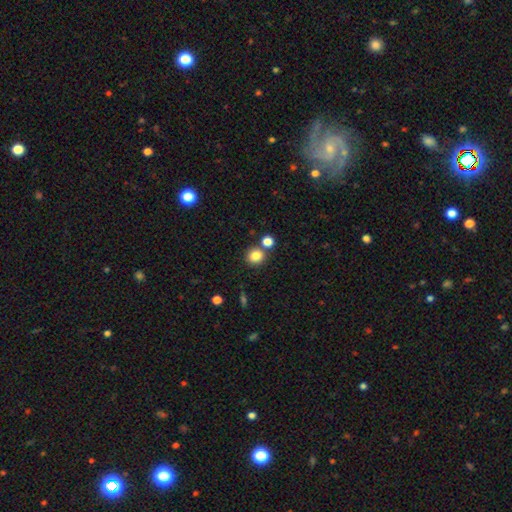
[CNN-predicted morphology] Q: Smooth or featured?
A: smooth (83%); runner-up: star or artifact (12%)
Q: How rounded?
A: round (87%); runner-up: in between (12%)
Q: Merging?
A: none (75%); runner-up: merger (15%)